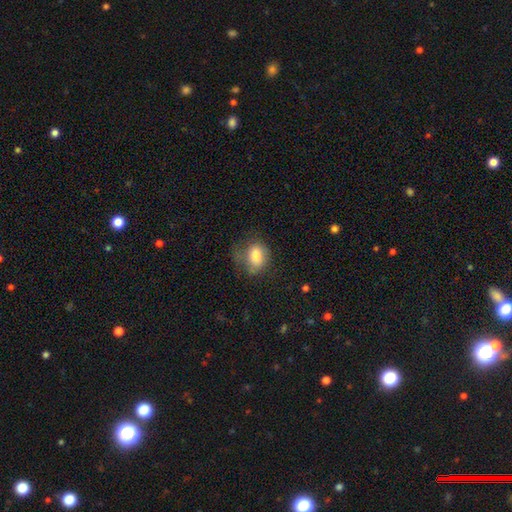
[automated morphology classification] A smooth galaxy with no disk features (79%) that is in between round and cigar-shaped (74%).

Vote fractions:
- Smooth or featured? smooth: 79% / featured or disk: 13% / star or artifact: 8%
- How rounded? in between: 74% / round: 25% / cigar-shaped: 2%
- Merging? none: 48% / minor disturbance: 30% / major disturbance: 20% / merger: 2%